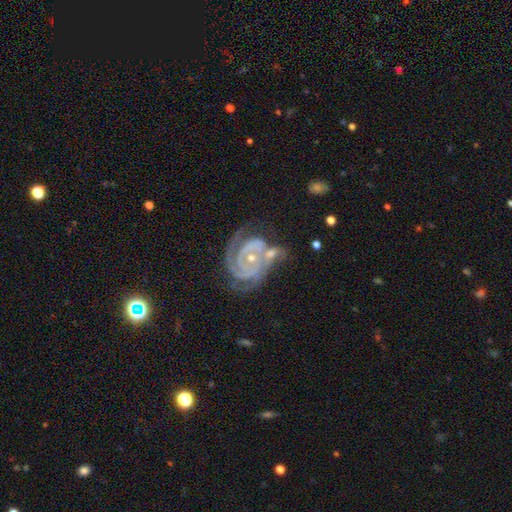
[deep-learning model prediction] This is clearly a featured or disk galaxy (90%). It is clearly not viewed edge-on (97%). Bar: likely no (62%). Spiral arm pattern: clearly yes (98%). Spiral arm count: possibly 2 (46%). Spiral winding: likely tight (73%). Central bulge: likely small (68%). Merging: possibly none (46%).